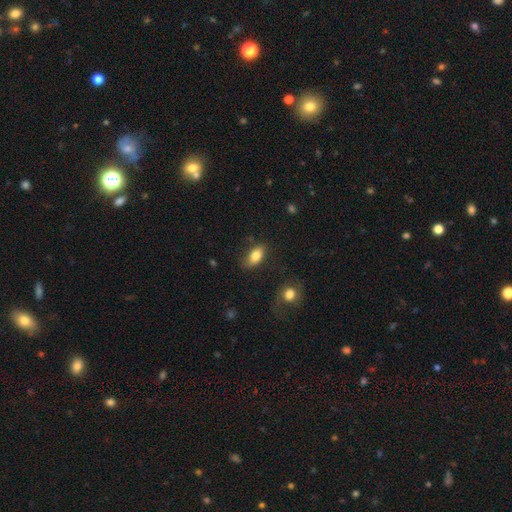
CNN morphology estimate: type=smooth (81%); roundness=in between (88%); merging=none (78%).